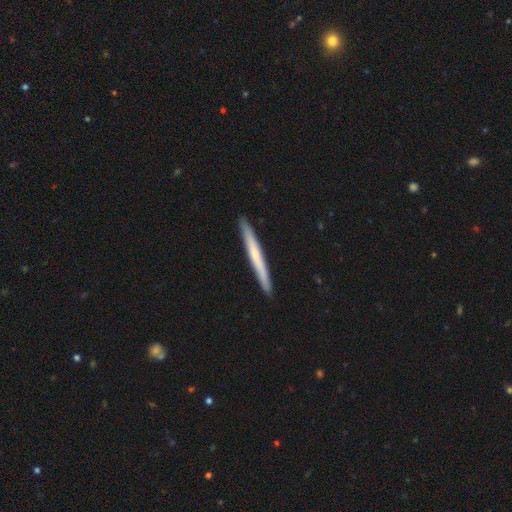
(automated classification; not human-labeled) smooth_or_featured: featured or disk (p=0.49) [alt: smooth p=0.46]
merging: none (p=0.92) [alt: minor disturbance p=0.06]